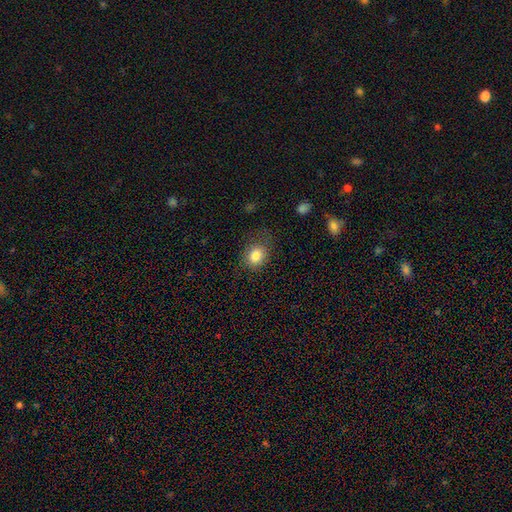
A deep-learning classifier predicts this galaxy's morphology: Overall: smooth (82%). How rounded: round (60%; in between 39%). Merging: none (69%).